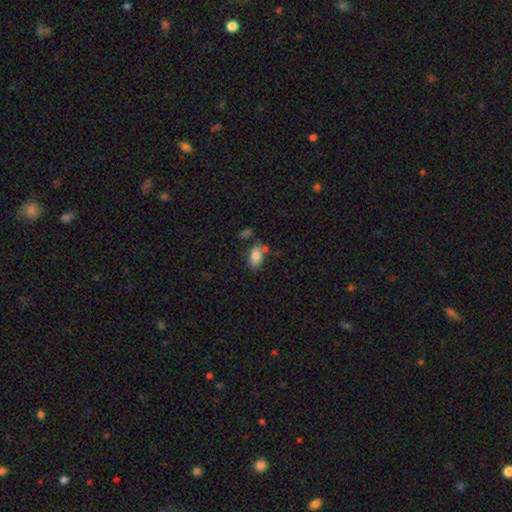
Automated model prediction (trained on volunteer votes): Overall: smooth (79%). How rounded: in between (90%). Merging: none (58%; minor disturbance 20%).